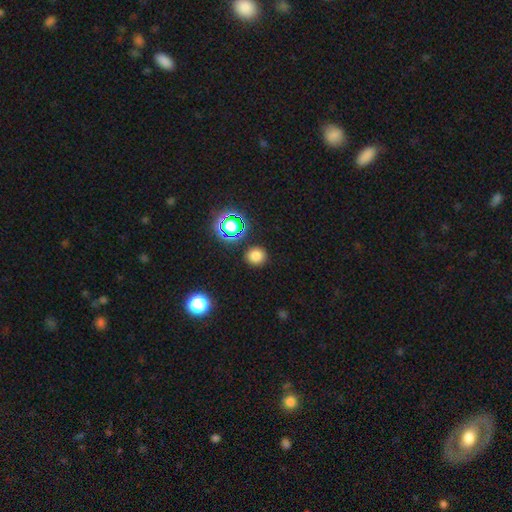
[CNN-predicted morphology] smooth_or_featured: smooth (p=0.77) [alt: star or artifact p=0.18]
how_rounded: round (p=0.87) [alt: in between p=0.12]
merging: none (p=0.88) [alt: minor disturbance p=0.07]